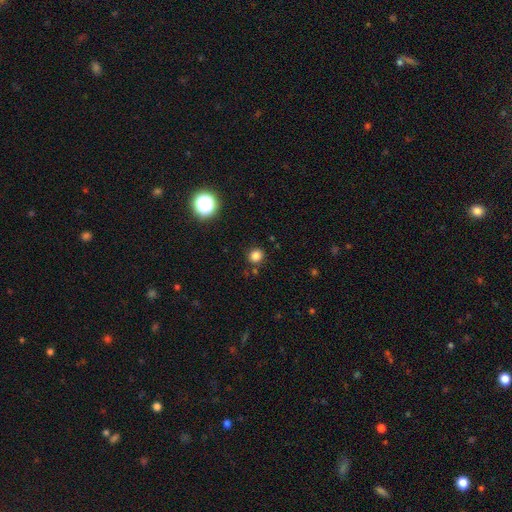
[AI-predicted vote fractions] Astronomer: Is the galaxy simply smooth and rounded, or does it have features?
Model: smooth — 81%.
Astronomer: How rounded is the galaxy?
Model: round — 88%.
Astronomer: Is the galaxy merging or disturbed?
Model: none — 86%.